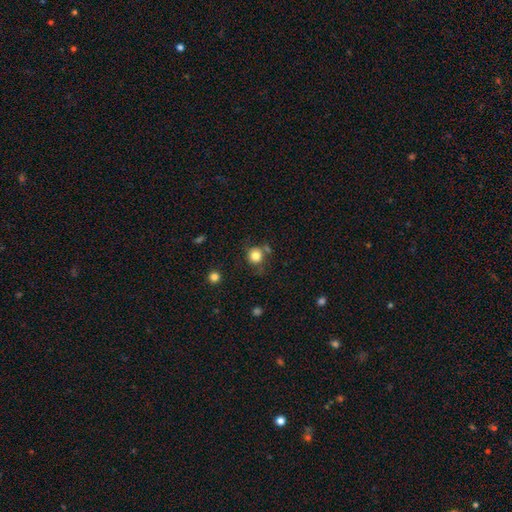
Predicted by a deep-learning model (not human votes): smooth_or_featured: smooth (p=0.82) [alt: star or artifact p=0.11]
how_rounded: round (p=0.89) [alt: in between p=0.10]
merging: none (p=0.69) [alt: minor disturbance p=0.16]